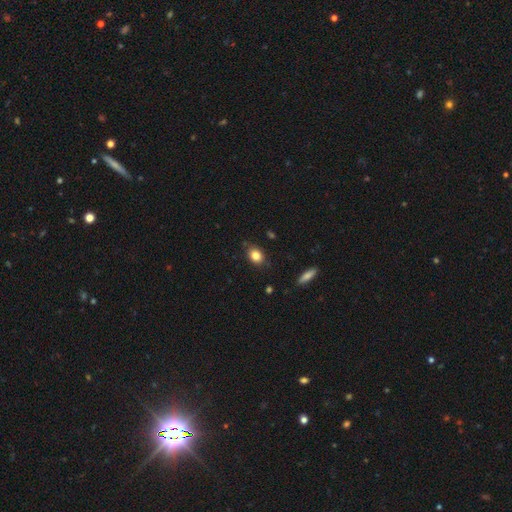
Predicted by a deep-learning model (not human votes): A smooth galaxy with no disk features (83%) that is in between round and cigar-shaped (64%). Merging: none (82%).